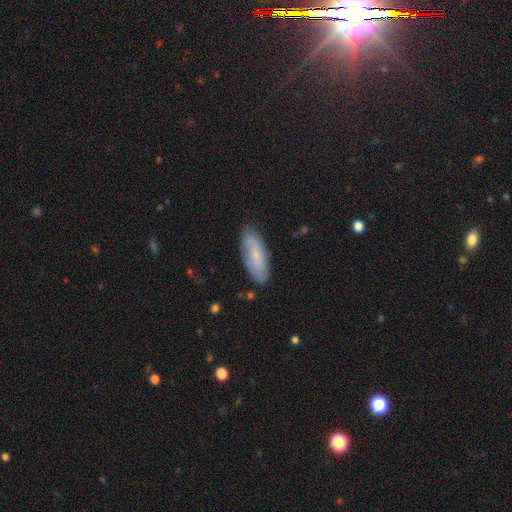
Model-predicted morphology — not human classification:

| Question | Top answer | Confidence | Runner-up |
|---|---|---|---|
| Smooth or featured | smooth | 61% | featured or disk (32%) |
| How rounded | in between | 71% | cigar-shaped (27%) |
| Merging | none | 81% | minor disturbance (15%) |